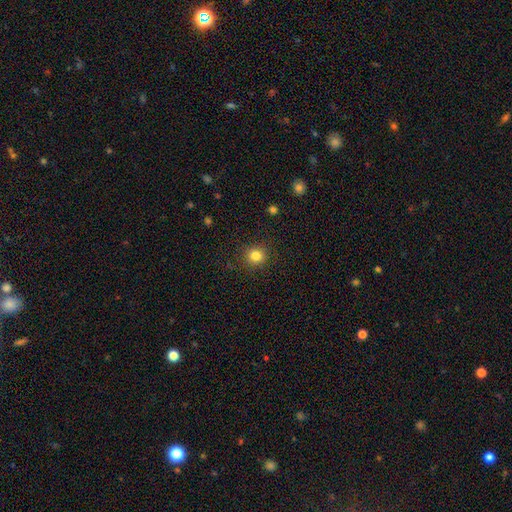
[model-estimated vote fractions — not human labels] Smooth or featured? smooth (83%)
How rounded? round (88%)
Merging? none (89%)